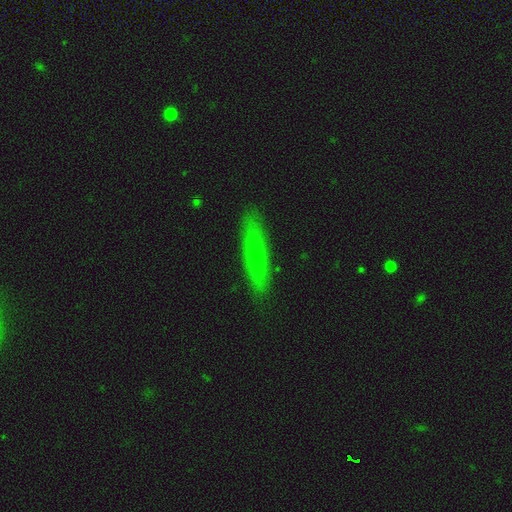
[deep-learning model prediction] This appears to be a smooth galaxy with no disk features (59%) that is cigar-shaped (83%). Merging: none (88%).